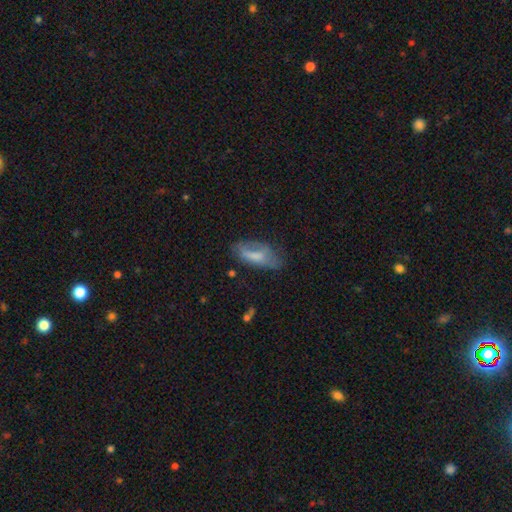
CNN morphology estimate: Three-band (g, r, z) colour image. It shows a smooth galaxy with no disk features (64%) that is in between round and cigar-shaped (79%). Merging: none (47%).